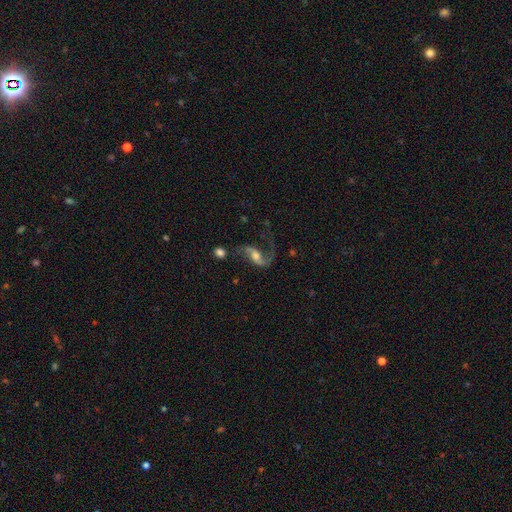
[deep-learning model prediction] Overall: featured or disk (82%). Edge-on disk: no (95%). Bar: weak (40%; no 38%). Spiral arms: yes (94%). Spiral arm count: 2 (83%). Spiral winding: loose (78%). Bulge size: moderate (54%; small 23%). Merging: none (52%; major disturbance 24%).